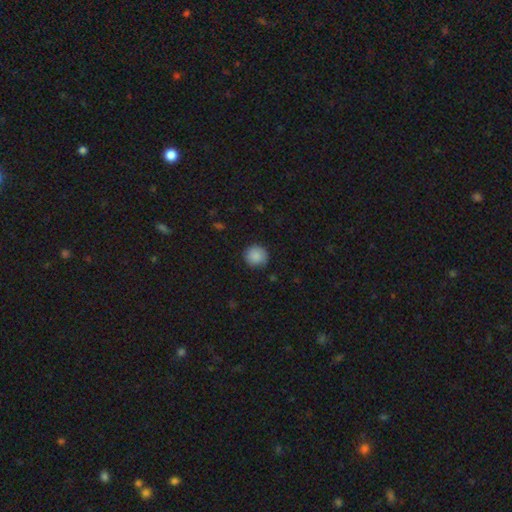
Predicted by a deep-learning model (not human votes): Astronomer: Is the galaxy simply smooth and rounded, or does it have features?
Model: smooth — 88%.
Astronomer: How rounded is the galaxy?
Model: round — 94%.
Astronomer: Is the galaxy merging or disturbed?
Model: none — 85%.